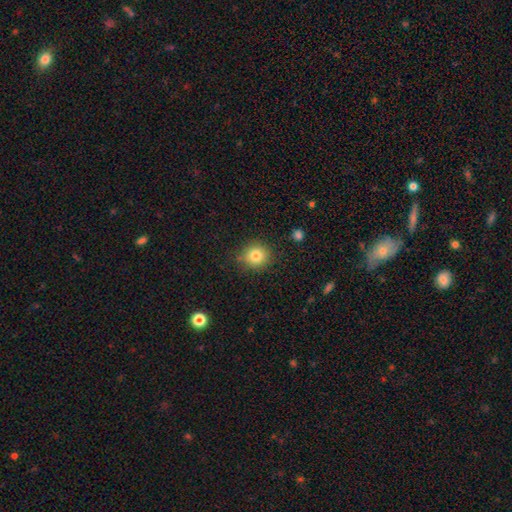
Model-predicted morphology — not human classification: Smooth or featured? smooth (81%)
How rounded? round (89%)
Merging? none (83%)